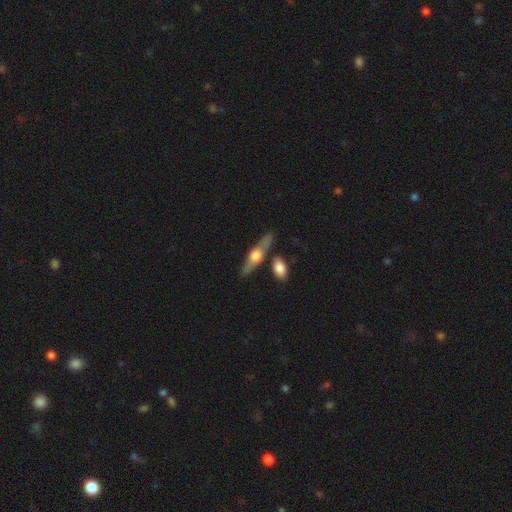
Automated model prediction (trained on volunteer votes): Smooth or featured?
  - featured or disk: 64% *
  - smooth: 30%
  - star or artifact: 6%
Edge-on disk?
  - yes: 91% *
  - no: 9%
Edge-on bulge?
  - rounded: 93% *
  - boxy: 5%
  - none: 2%
Merging?
  - none: 72% *
  - merger: 13%
  - minor disturbance: 11%
  - major disturbance: 3%